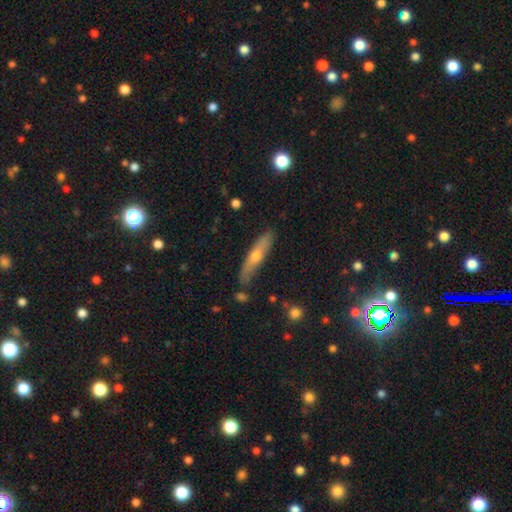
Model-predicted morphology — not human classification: Smooth or featured? Predicted: smooth (p=0.48). Merging? Predicted: none (p=0.84).